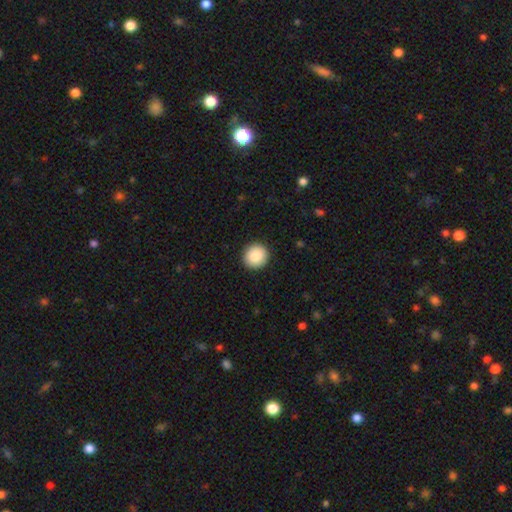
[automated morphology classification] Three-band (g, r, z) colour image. It shows a smooth galaxy with no disk features (88%) that is round (90%). Merging: none (92%).